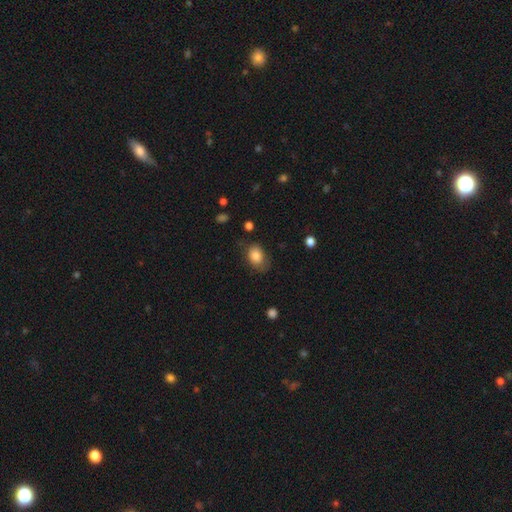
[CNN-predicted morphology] type=smooth (81%); roundness=in between (72%); merging=none (64%).